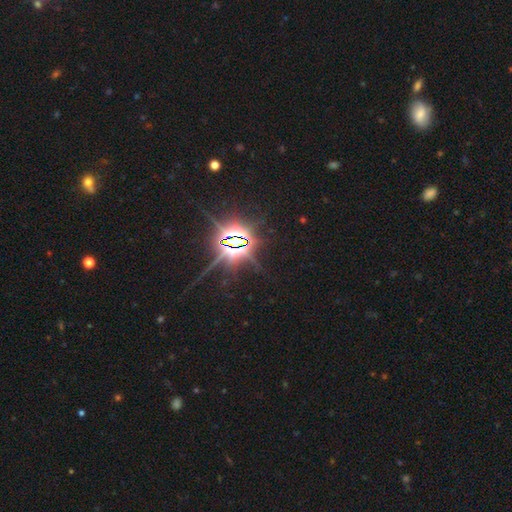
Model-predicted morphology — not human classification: This appears to be a star or artifact, not a galaxy (86%).